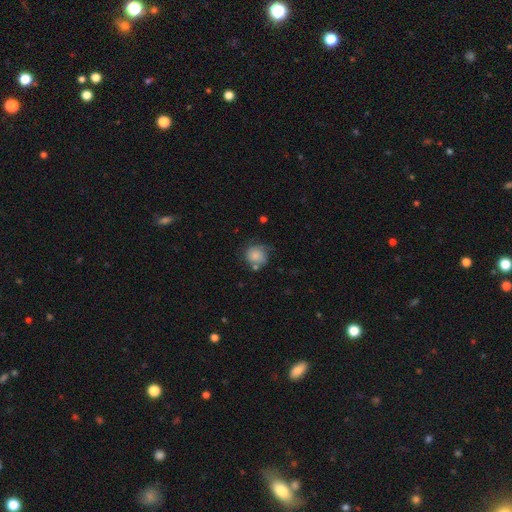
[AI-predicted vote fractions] Overall: smooth (77%). How rounded: round (80%). Merging: none (53%; minor disturbance 27%).